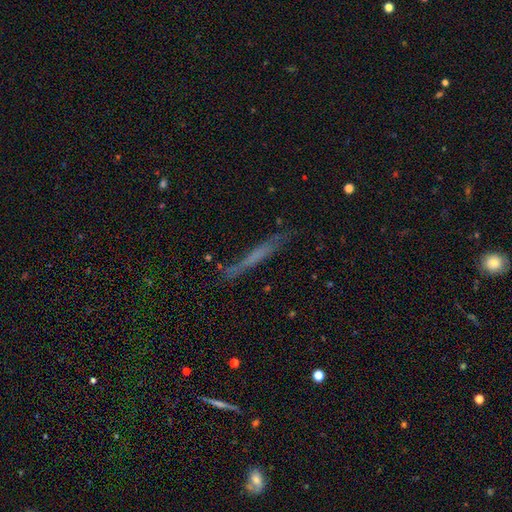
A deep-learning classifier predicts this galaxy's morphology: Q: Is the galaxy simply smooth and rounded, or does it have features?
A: smooth — 46%.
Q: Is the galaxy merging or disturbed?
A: none — 67%.